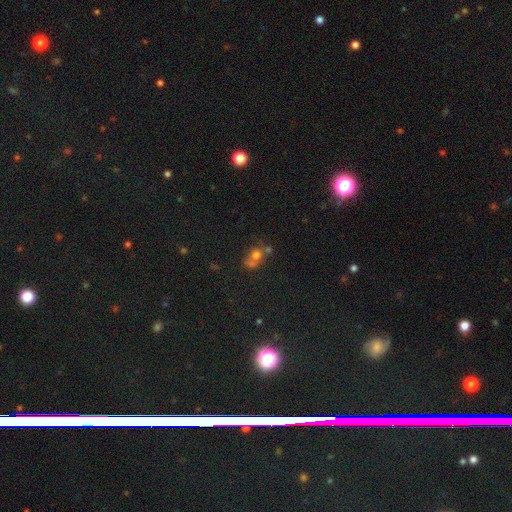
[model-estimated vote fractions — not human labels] Smooth or featured? Predicted: smooth (p=0.63). How rounded? Predicted: round (p=0.68). Merging? Predicted: merger (p=0.45).